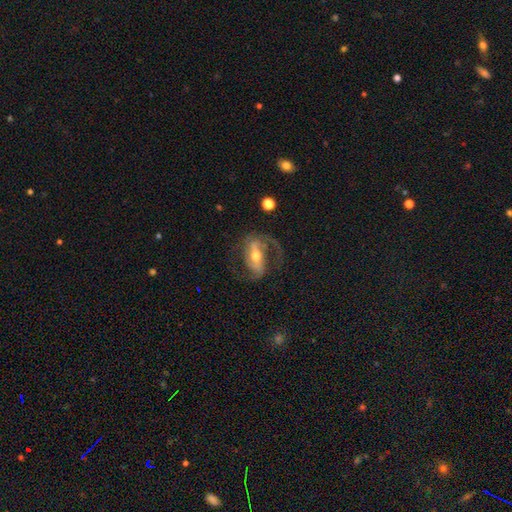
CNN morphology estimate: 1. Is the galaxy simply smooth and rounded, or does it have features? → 84% featured or disk, 11% smooth, 6% star or artifact.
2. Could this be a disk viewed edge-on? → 94% no, 6% yes.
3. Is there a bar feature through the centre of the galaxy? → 52% strong, 32% weak, 16% no.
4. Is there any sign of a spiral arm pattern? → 93% yes, 7% no.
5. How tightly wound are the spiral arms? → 47% medium, 39% loose, 15% tight.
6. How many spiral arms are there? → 82% 2, 10% 1, 4% can't tell, 2% 3, 1% 4, 1% more than 4.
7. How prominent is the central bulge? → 64% moderate, 29% small, 5% large, 1% none, 1% dominant.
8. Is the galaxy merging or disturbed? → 61% none, 21% major disturbance, 16% minor disturbance, 2% merger.